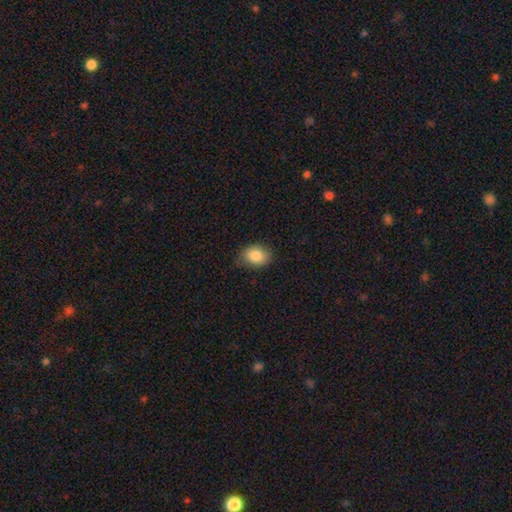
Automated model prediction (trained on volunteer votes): The model was most divided on "how rounded": in between: 64%, round: 35%, cigar-shaped: 1%. More confident: smooth or featured — smooth (84%); merging — none (76%).